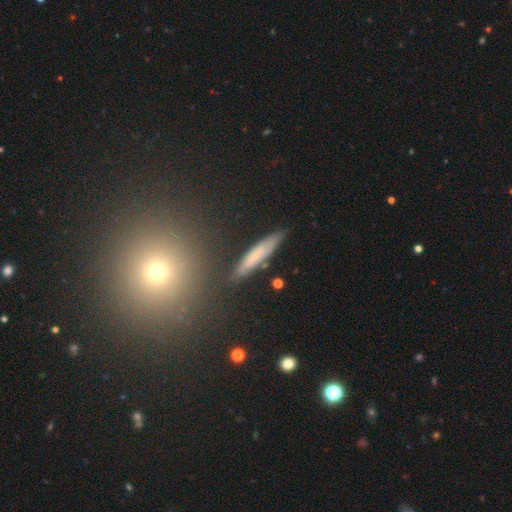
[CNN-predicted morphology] This is possibly a smooth galaxy (56%). How rounded: clearly cigar-shaped (88%). Merging: clearly none (82%).